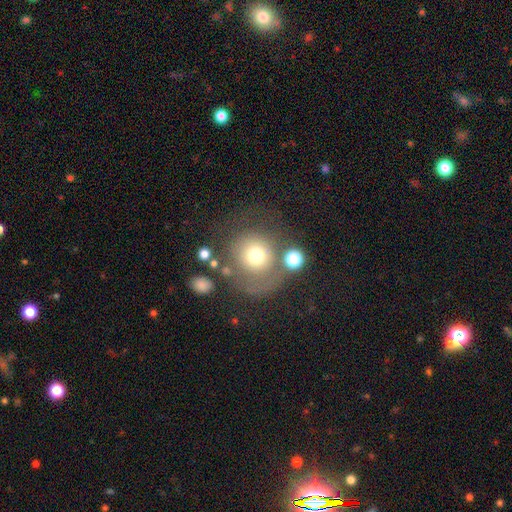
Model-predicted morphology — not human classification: smooth-or-featured: smooth: 67% | featured or disk: 21% | star or artifact: 12%
  how-rounded: round: 89% | in between: 10% | cigar-shaped: 1%
  merging: none: 49% | major disturbance: 23% | minor disturbance: 18% | merger: 11%